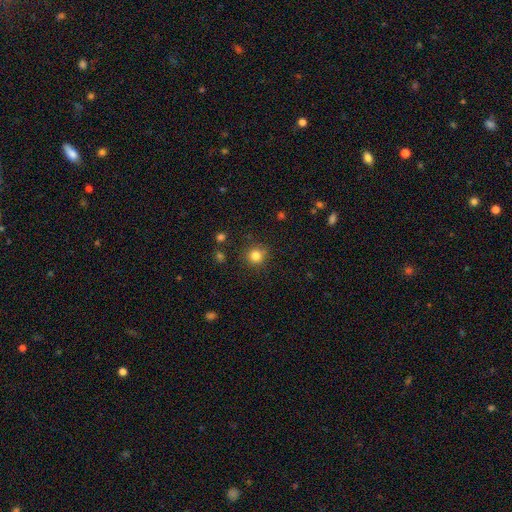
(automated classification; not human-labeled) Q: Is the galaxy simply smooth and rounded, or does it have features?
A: smooth — 83%.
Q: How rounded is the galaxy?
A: round — 92%.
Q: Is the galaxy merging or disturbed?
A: none — 87%.